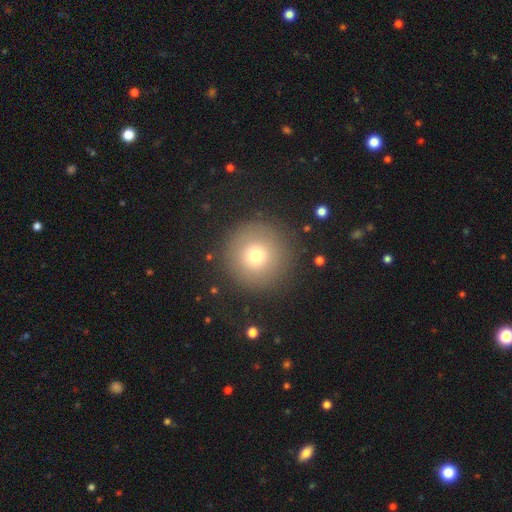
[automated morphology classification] This appears to be a smooth galaxy with no disk features (73%) that is round (97%). Merging: none (88%).